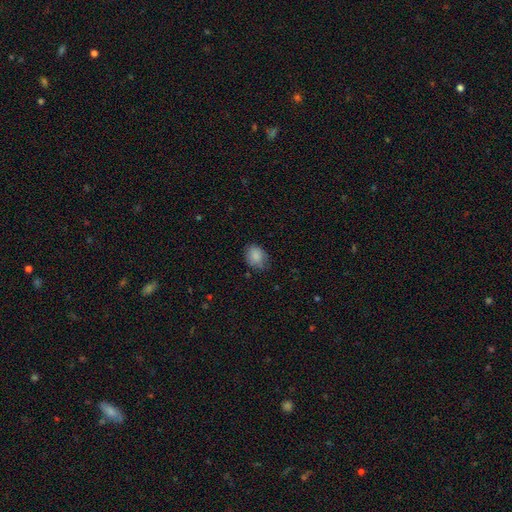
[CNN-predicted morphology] Smooth or featured? smooth (86%)
How rounded? in between (67%)
Merging? none (69%)